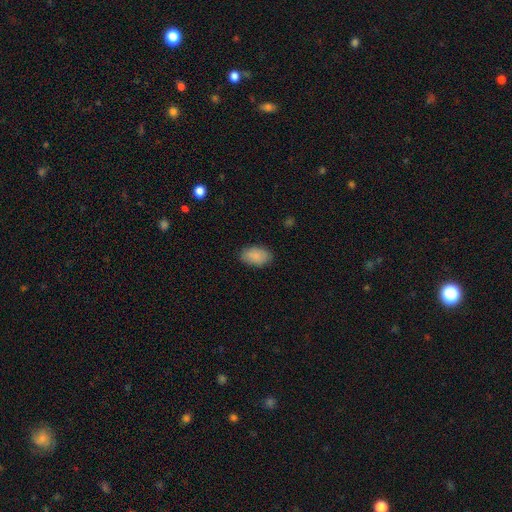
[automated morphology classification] Q: Smooth or featured?
A: smooth (88%); runner-up: star or artifact (7%)
Q: How rounded?
A: in between (92%); runner-up: round (6%)
Q: Merging?
A: none (85%); runner-up: minor disturbance (11%)